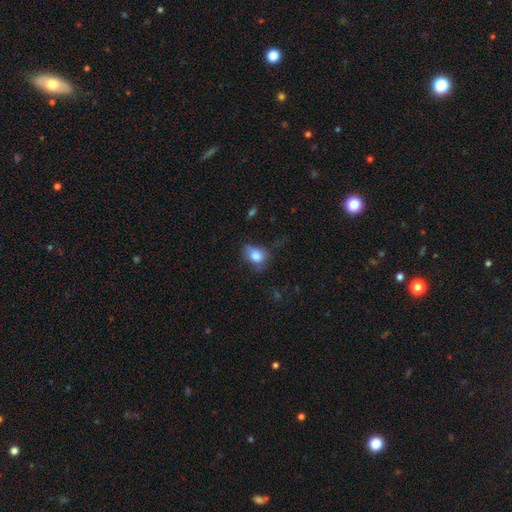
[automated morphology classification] Smooth or featured?
  - smooth: 79% *
  - featured or disk: 12%
  - star or artifact: 10%
How rounded?
  - in between: 58% *
  - round: 40%
  - cigar-shaped: 1%
Merging?
  - none: 40% *
  - minor disturbance: 34%
  - major disturbance: 22%
  - merger: 4%